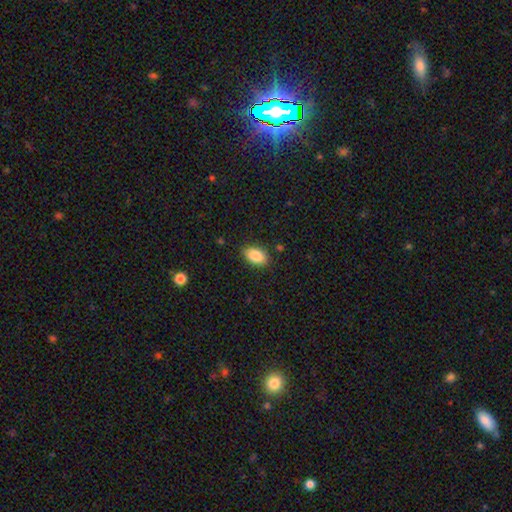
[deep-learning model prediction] A smooth galaxy with no disk features (86%) that is in between round and cigar-shaped (91%).

Vote fractions:
- Smooth or featured? smooth: 86% / star or artifact: 7% / featured or disk: 6%
- How rounded? in between: 91% / round: 7% / cigar-shaped: 2%
- Merging? none: 85% / minor disturbance: 11% / major disturbance: 2% / merger: 1%